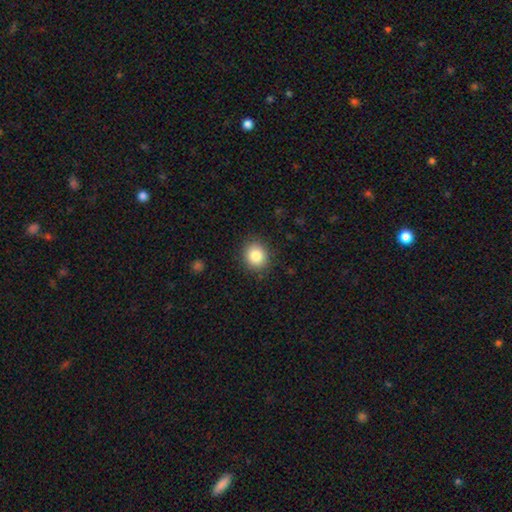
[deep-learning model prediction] Q: Smooth or featured?
A: smooth (84%); runner-up: star or artifact (9%)
Q: How rounded?
A: round (74%); runner-up: in between (25%)
Q: Merging?
A: none (88%); runner-up: minor disturbance (8%)